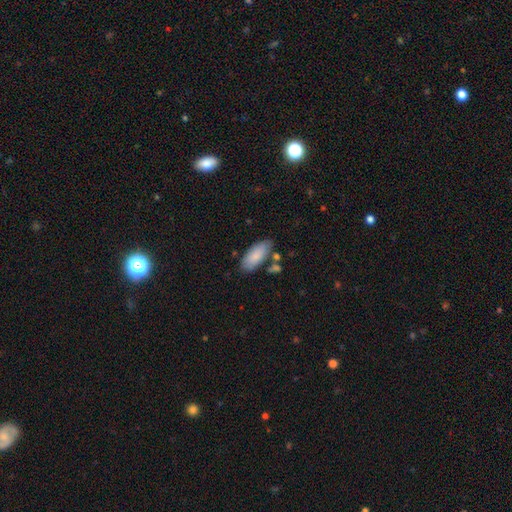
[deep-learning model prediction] This is clearly a smooth galaxy (85%). How rounded: clearly in between (88%). Merging: likely none (72%).